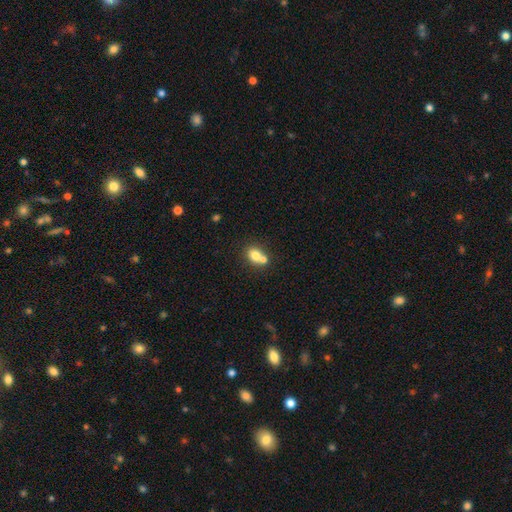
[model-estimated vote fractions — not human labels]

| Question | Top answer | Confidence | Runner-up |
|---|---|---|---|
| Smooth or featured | smooth | 76% | featured or disk (14%) |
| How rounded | in between | 50% | round (49%) |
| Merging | merger | 47% | none (41%) |